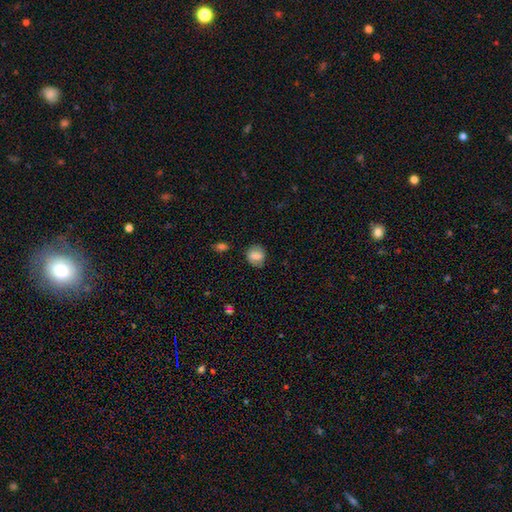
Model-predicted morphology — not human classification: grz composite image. It shows a smooth galaxy with no disk features (69%) that is round (66%). Merging: none (80%).